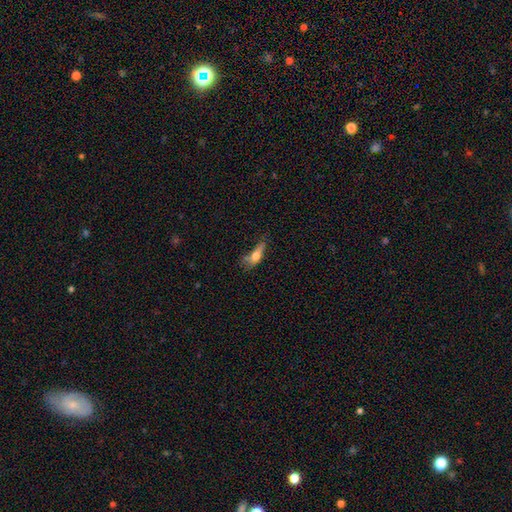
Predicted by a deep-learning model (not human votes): smooth-or-featured: smooth: 65% | featured or disk: 27% | star or artifact: 8%
  how-rounded: in between: 57% | cigar-shaped: 39% | round: 4%
  merging: none: 37% | minor disturbance: 32% | major disturbance: 19% | merger: 12%